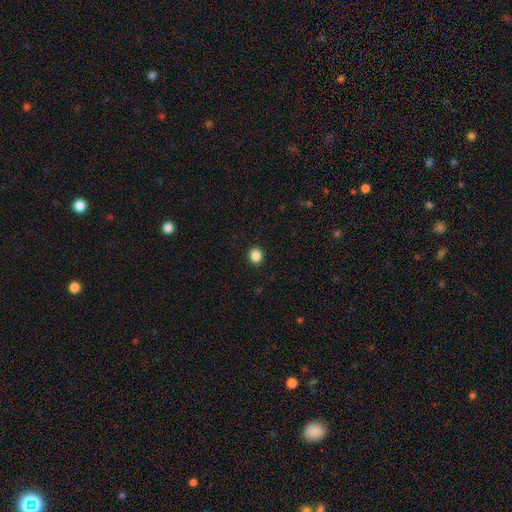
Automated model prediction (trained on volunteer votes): This appears to be a smooth galaxy with no disk features (86%) that is round (82%). Merging: none (91%).